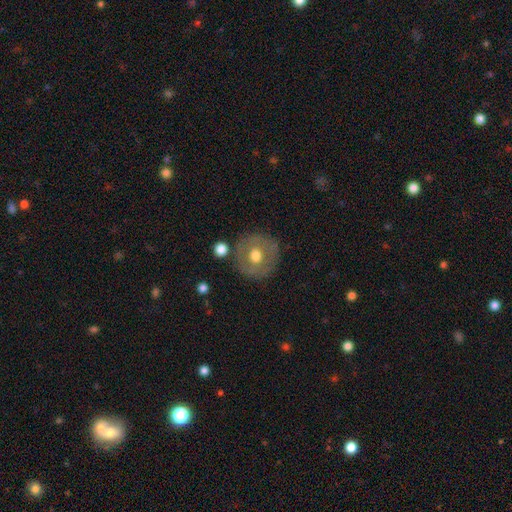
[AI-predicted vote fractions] smooth-or-featured: smooth: 55% | featured or disk: 37% | star or artifact: 8%
  how-rounded: round: 92% | in between: 7% | cigar-shaped: 1%
  merging: none: 82% | minor disturbance: 11% | major disturbance: 4% | merger: 3%